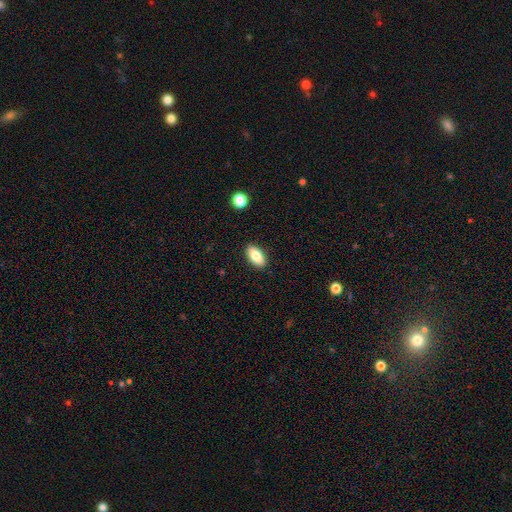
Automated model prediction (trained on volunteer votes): Smooth or featured: smooth — 82% (featured or disk — 11%)
How rounded: in between — 91% (cigar-shaped — 6%)
Merging: none — 89% (minor disturbance — 8%)